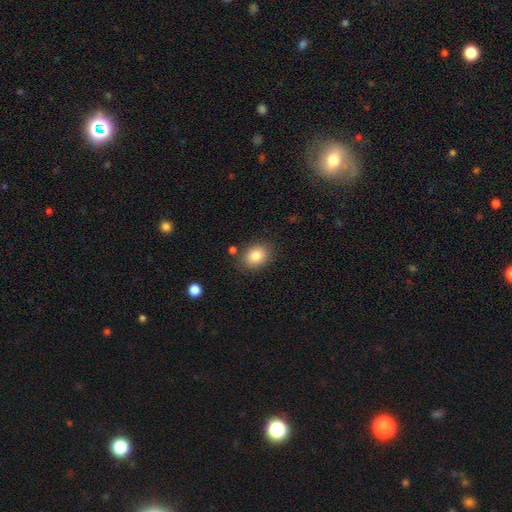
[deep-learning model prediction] smooth 82%, star or artifact 9%, featured or disk 9%. Down the decision tree: how rounded — in between (55%); merging — none (83%).